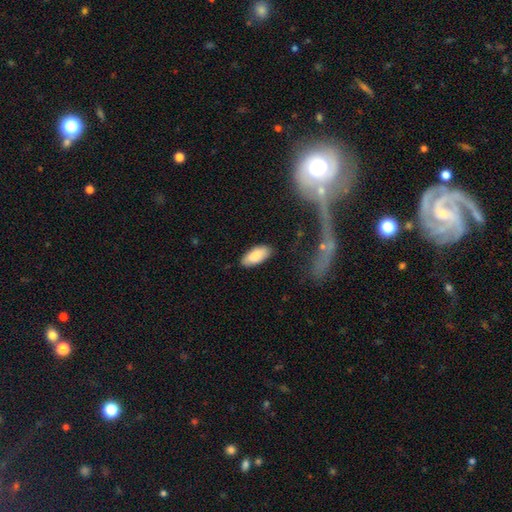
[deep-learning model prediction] Smooth or featured?
  - smooth: 87% *
  - featured or disk: 7%
  - star or artifact: 6%
How rounded?
  - in between: 88% *
  - cigar-shaped: 10%
  - round: 2%
Merging?
  - none: 83% *
  - minor disturbance: 13%
  - major disturbance: 3%
  - merger: 1%